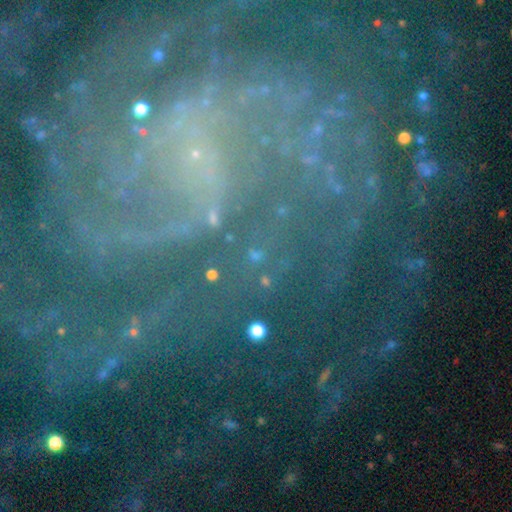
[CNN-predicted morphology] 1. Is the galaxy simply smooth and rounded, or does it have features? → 51% star or artifact, 35% smooth, 14% featured or disk.